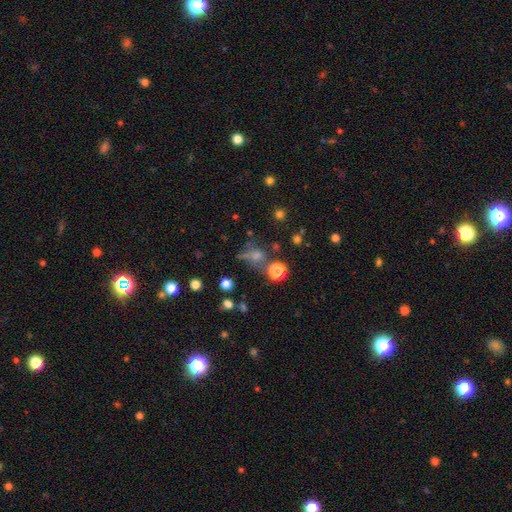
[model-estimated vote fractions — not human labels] Smooth or featured? Predicted: smooth (p=0.53). How rounded? Predicted: round (p=0.59). Merging? Predicted: none (p=0.47).